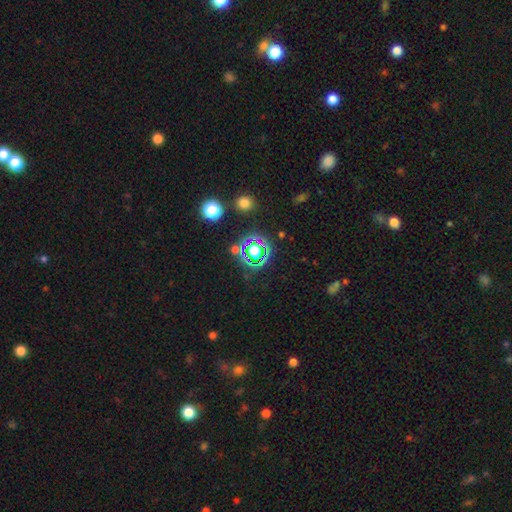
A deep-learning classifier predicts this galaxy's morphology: Overall: star or artifact (76%).